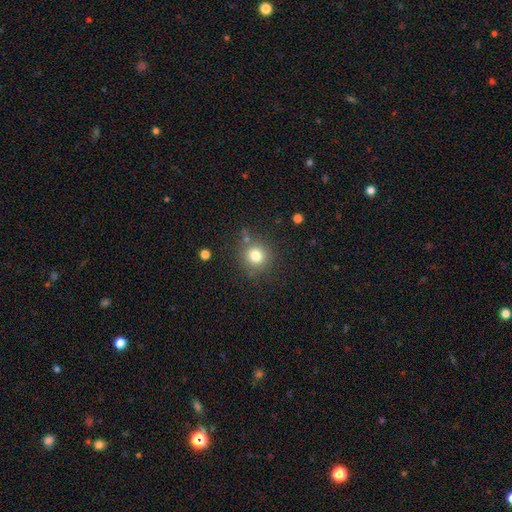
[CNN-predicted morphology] Smooth or featured: smooth — 79% (star or artifact — 13%)
How rounded: round — 92% (in between — 7%)
Merging: none — 81% (minor disturbance — 10%)